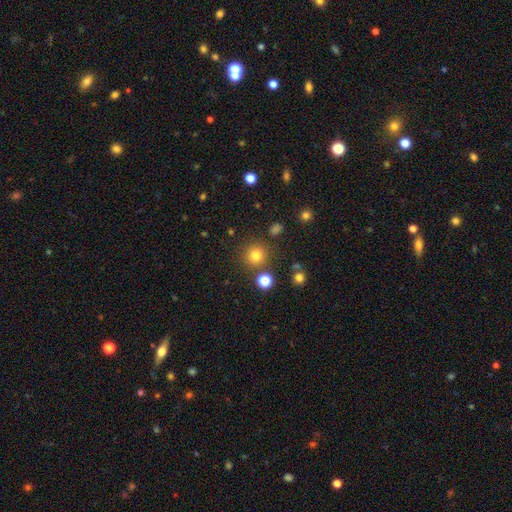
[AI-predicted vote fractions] smooth 79%, star or artifact 15%, featured or disk 6%. Down the decision tree: how rounded — round (93%); merging — none (84%).